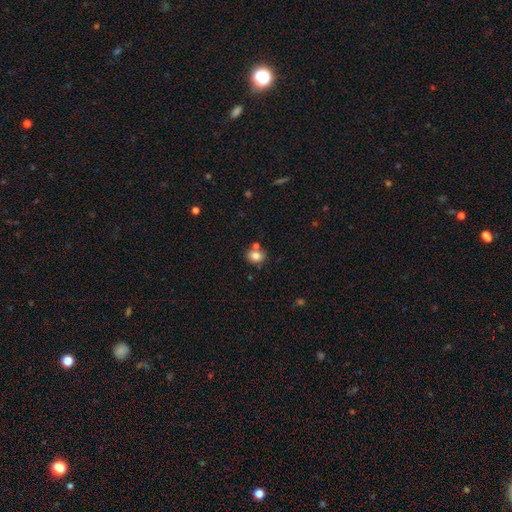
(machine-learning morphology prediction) smooth_or_featured: smooth (p=0.81) [alt: star or artifact p=0.10]
how_rounded: in between (p=0.50) [alt: round p=0.49]
merging: none (p=0.66) [alt: merger p=0.18]